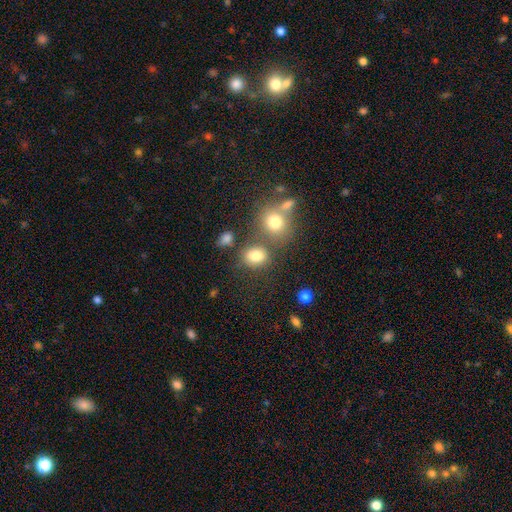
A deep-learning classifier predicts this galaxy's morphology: This is likely a smooth galaxy (78%). How rounded: possibly round (54%). Merging: likely none (63%).